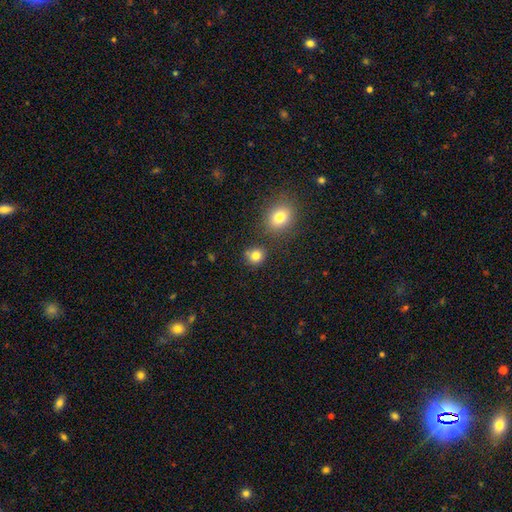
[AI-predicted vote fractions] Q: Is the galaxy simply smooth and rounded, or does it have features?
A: smooth — 82%.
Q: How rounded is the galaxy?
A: round — 85%.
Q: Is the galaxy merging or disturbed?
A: none — 78%.